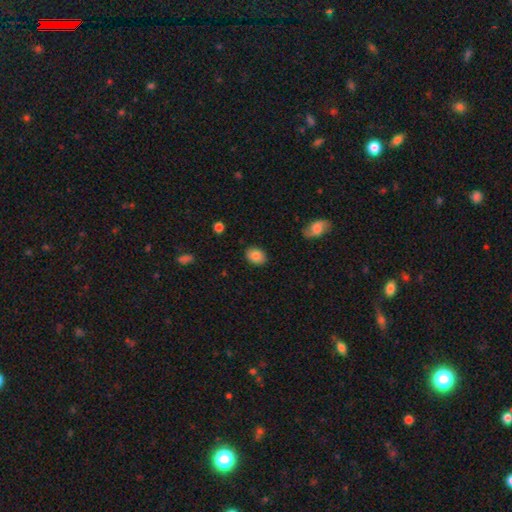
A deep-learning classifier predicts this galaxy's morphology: This is clearly a smooth galaxy (85%). How rounded: likely in between (68%). Merging: clearly none (86%).